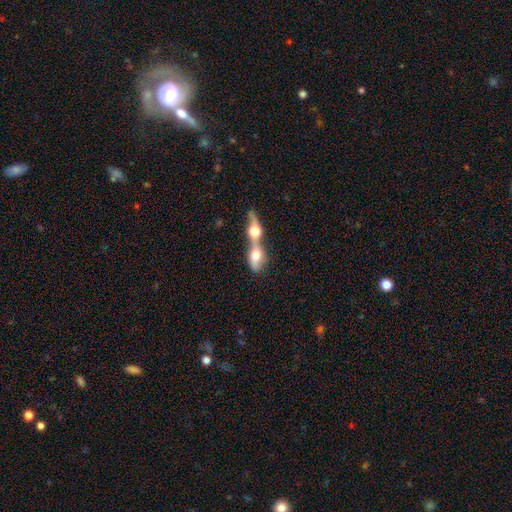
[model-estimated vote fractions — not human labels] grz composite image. It shows a smooth galaxy with no disk features (54%) that is in between round and cigar-shaped (65%). Merging: merger (83%).